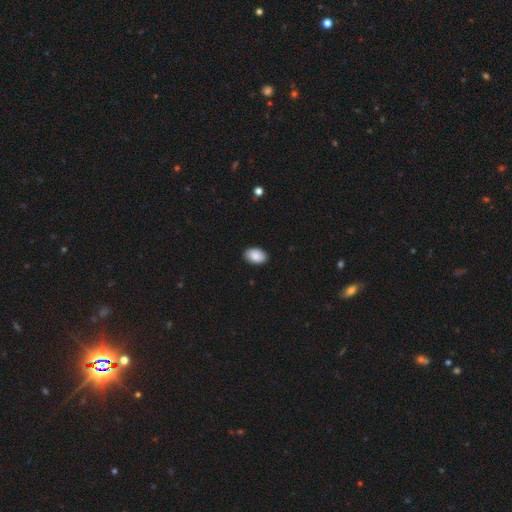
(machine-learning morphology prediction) A smooth galaxy with no disk features (90%) that is in between round and cigar-shaped (90%). Merging: none (90%).